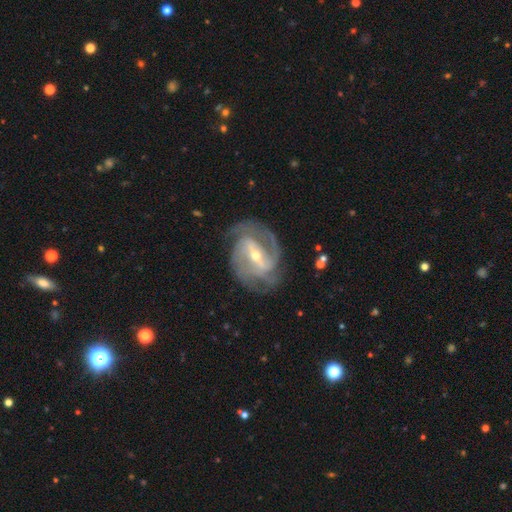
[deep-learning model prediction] A featured or disk galaxy (91%) with a strong bar (58%), 2 (47%) medium (47%) spiral arms (97%) and a small central bulge (59%). Merging: none (73%).